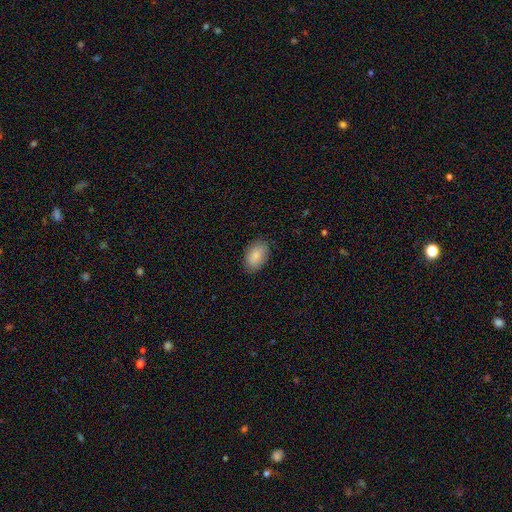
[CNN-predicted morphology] smooth_or_featured: smooth (p=0.85) [alt: featured or disk p=0.08]
how_rounded: in between (p=0.91) [alt: round p=0.08]
merging: none (p=0.84) [alt: minor disturbance p=0.12]